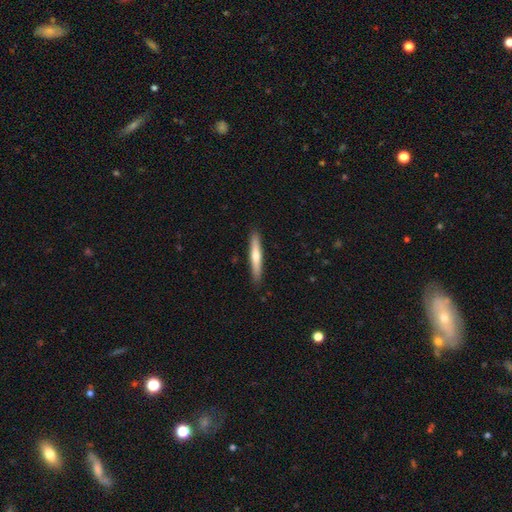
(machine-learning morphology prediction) A smooth galaxy with no disk features (56%) that is cigar-shaped (94%).

Vote fractions:
- Smooth or featured? smooth: 56% / featured or disk: 39% / star or artifact: 5%
- How rounded? cigar-shaped: 94% / in between: 5% / round: 1%
- Merging? none: 90% / minor disturbance: 8% / major disturbance: 1% / merger: 1%